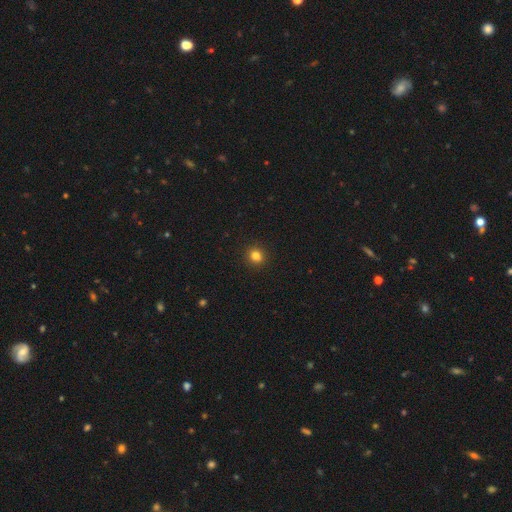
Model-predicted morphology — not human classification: type=smooth (82%); roundness=round (85%); merging=none (92%).